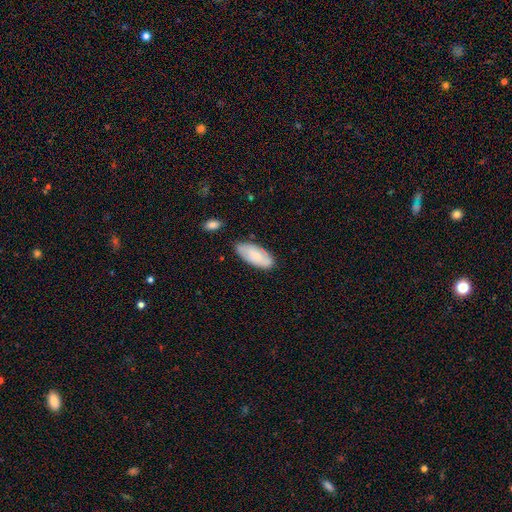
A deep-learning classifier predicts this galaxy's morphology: Smooth or featured?
  - smooth: 71% *
  - featured or disk: 22%
  - star or artifact: 6%
How rounded?
  - in between: 87% *
  - cigar-shaped: 11%
  - round: 2%
Merging?
  - none: 75% *
  - minor disturbance: 18%
  - major disturbance: 3%
  - merger: 3%